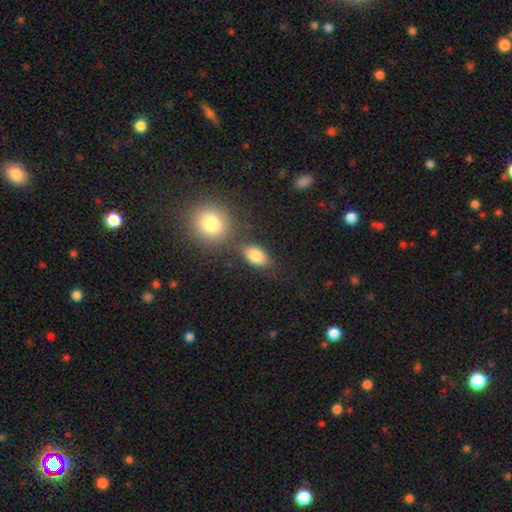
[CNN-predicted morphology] Q: Smooth or featured?
A: smooth (84%); runner-up: star or artifact (9%)
Q: How rounded?
A: in between (85%); runner-up: round (12%)
Q: Merging?
A: none (65%); runner-up: merger (16%)